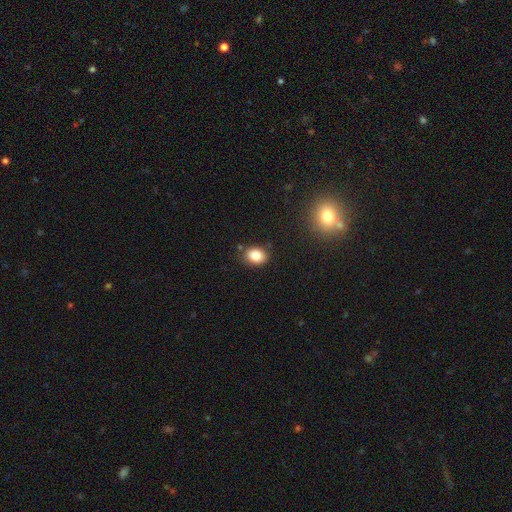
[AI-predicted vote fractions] smooth-or-featured: smooth: 85% | star or artifact: 10% | featured or disk: 5%
  how-rounded: in between: 55% | round: 44% | cigar-shaped: 1%
  merging: none: 81% | minor disturbance: 13% | merger: 3% | major disturbance: 3%